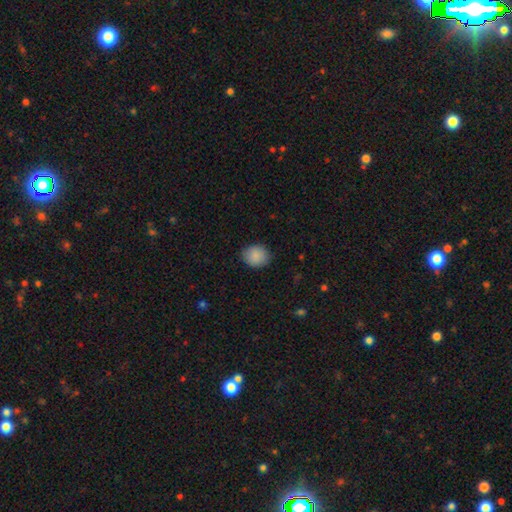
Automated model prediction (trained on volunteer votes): This is clearly a smooth galaxy (89%). How rounded: likely round (72%). Merging: clearly none (86%).